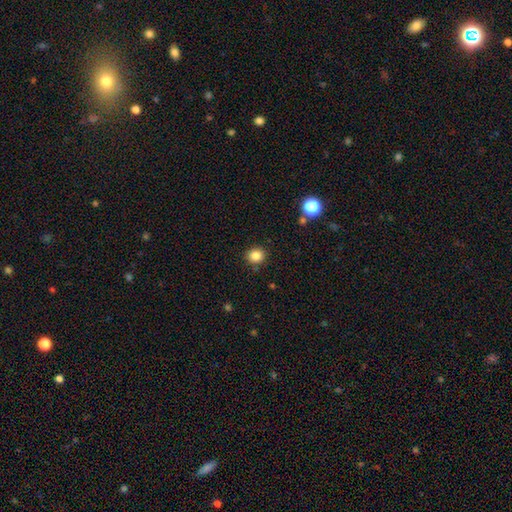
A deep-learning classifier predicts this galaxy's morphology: smooth 84%, star or artifact 11%, featured or disk 4%. Down the decision tree: how rounded — round (83%); merging — none (89%).